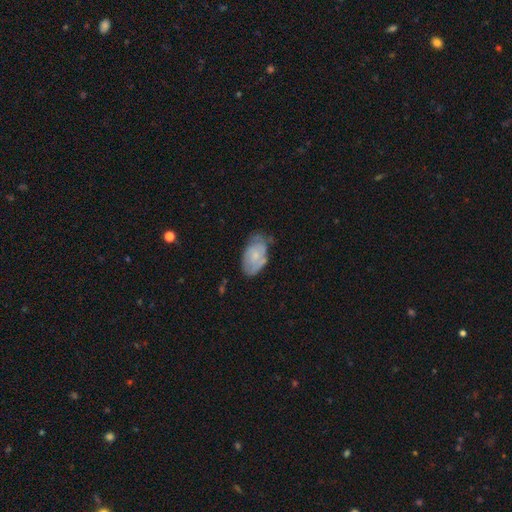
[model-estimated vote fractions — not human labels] Morphology: type=featured or disk (48%); merging=none (51%).